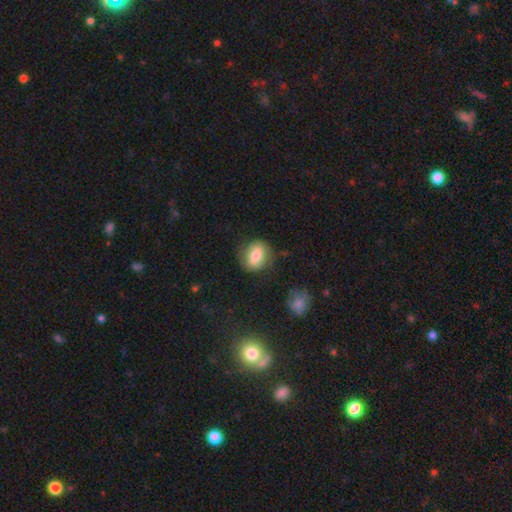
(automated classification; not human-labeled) Morphology: type=smooth (73%); roundness=in between (62%); merging=none (74%).